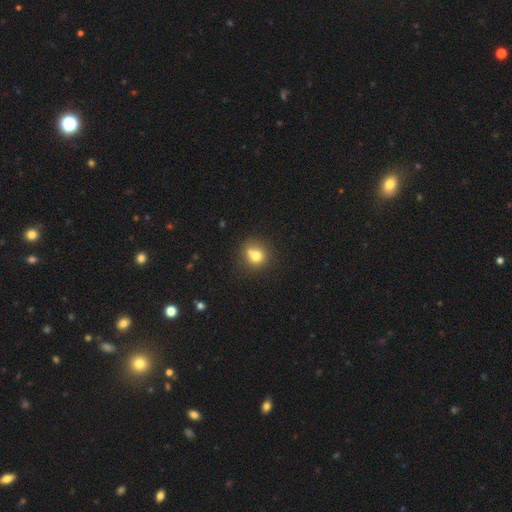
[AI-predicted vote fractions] Smooth or featured? smooth (73%)
How rounded? round (85%)
Merging? none (53%)